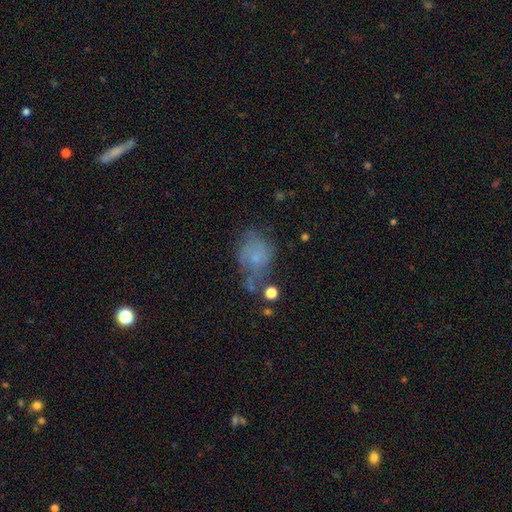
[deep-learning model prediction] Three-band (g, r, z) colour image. It shows a smooth galaxy with no disk features (44%). Merging: none (35%).